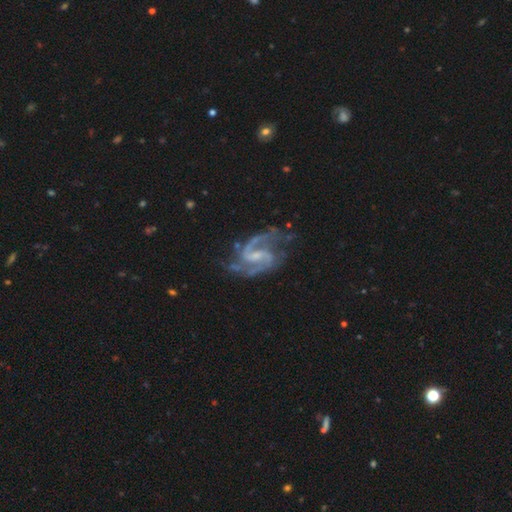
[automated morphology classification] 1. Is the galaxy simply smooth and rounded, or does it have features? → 93% featured or disk, 4% star or artifact, 3% smooth.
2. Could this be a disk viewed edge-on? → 98% no, 2% yes.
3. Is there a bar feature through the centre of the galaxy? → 57% weak, 24% strong, 20% no.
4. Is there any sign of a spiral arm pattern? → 98% yes, 2% no.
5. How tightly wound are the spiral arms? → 60% medium, 24% loose, 16% tight.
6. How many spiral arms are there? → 86% 2, 6% 3, 3% can't tell, 2% 1, 2% 4, 2% more than 4.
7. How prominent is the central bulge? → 54% small, 25% moderate, 19% none, 2% large, 1% dominant.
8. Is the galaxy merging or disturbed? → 65% none, 19% minor disturbance, 13% major disturbance, 3% merger.